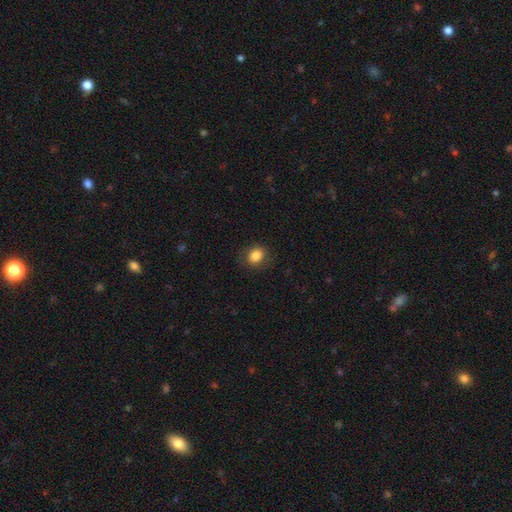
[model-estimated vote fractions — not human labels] Q: Smooth or featured?
A: smooth (84%); runner-up: star or artifact (9%)
Q: How rounded?
A: in between (50%); runner-up: round (49%)
Q: Merging?
A: none (83%); runner-up: minor disturbance (12%)